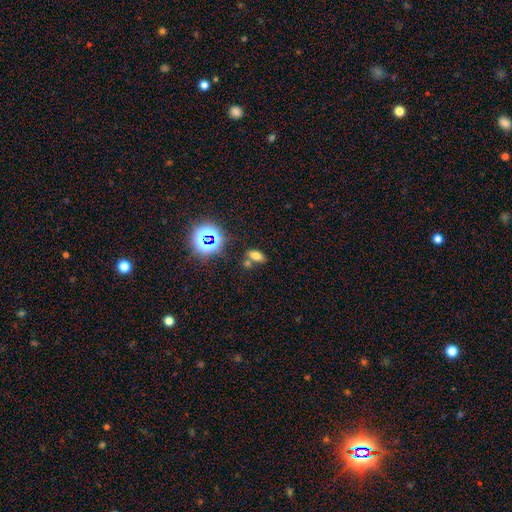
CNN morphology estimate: This is likely a smooth galaxy (64%). How rounded: clearly in between (81%). Merging: likely none (64%).